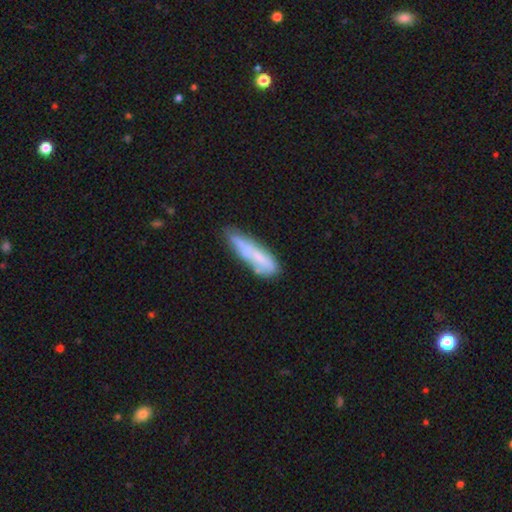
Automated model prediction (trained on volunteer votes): A smooth galaxy with no disk features (56%) that is cigar-shaped (71%).

Vote fractions:
- Smooth or featured? smooth: 56% / featured or disk: 37% / star or artifact: 8%
- How rounded? cigar-shaped: 71% / in between: 27% / round: 2%
- Merging? none: 50% / minor disturbance: 30% / major disturbance: 11% / merger: 9%